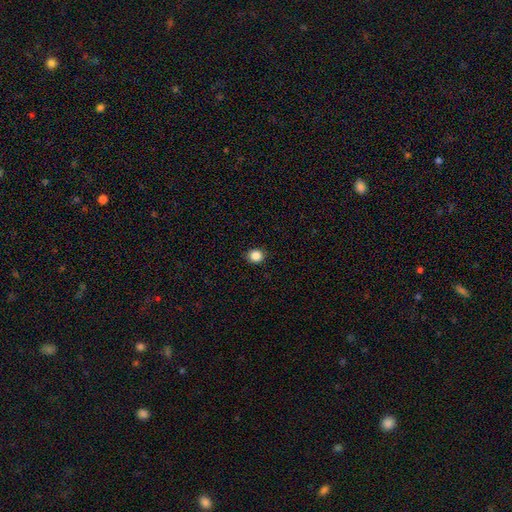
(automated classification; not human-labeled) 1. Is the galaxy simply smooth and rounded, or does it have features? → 86% smooth, 10% star or artifact, 3% featured or disk.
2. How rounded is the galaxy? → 84% round, 15% in between, 1% cigar-shaped.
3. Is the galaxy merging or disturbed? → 91% none, 6% minor disturbance, 2% major disturbance, 1% merger.